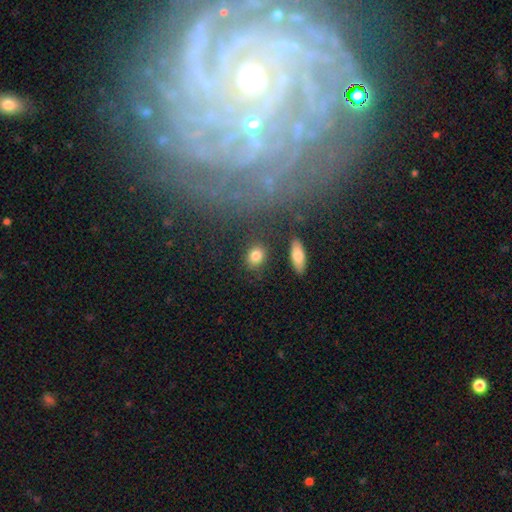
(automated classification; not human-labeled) A smooth galaxy with no disk features (83%) that is round (53%).

Vote fractions:
- Smooth or featured? smooth: 83% / star or artifact: 9% / featured or disk: 8%
- How rounded? round: 53% / in between: 44% / cigar-shaped: 3%
- Merging? none: 83% / minor disturbance: 10% / merger: 4% / major disturbance: 3%